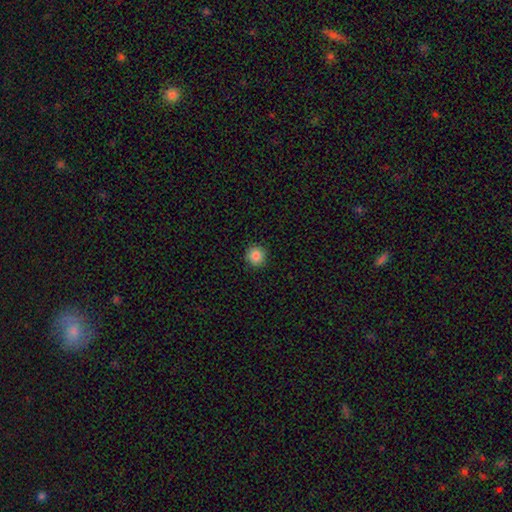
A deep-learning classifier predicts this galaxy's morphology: smooth-or-featured: smooth: 86% | star or artifact: 10% | featured or disk: 5%
  how-rounded: round: 94% | in between: 5% | cigar-shaped: 1%
  merging: none: 92% | minor disturbance: 5% | major disturbance: 2% | merger: 1%